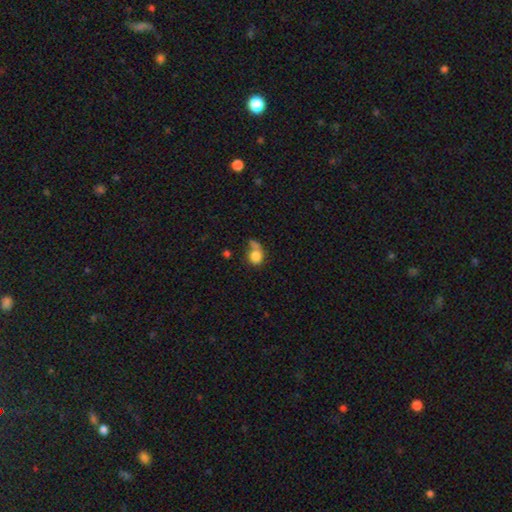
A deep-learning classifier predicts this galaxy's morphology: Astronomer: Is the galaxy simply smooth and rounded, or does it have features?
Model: smooth — 79%.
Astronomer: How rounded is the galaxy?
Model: round — 65%.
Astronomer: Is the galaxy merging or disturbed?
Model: none — 35% (runner-up: merger, 25%).